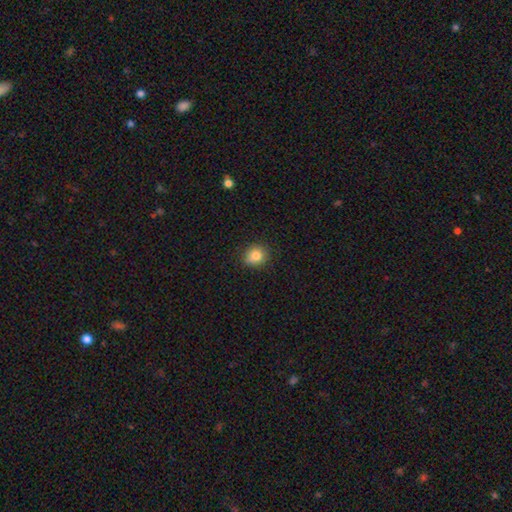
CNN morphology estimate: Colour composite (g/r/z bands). It shows a smooth galaxy with no disk features (82%) that is round (76%). Merging: none (82%).